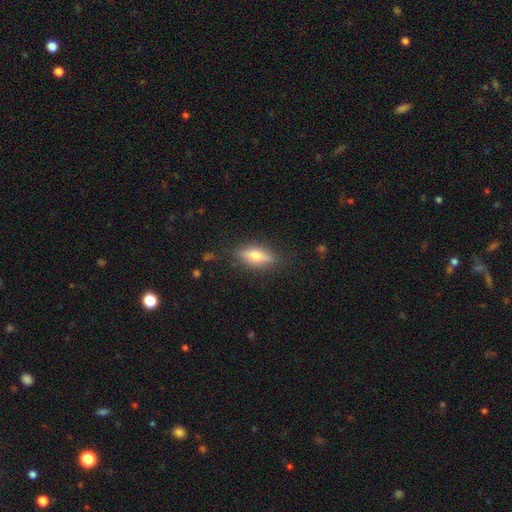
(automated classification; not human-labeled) smooth 48%, featured or disk 44%, star or artifact 8%. Down the decision tree: merging — none (82%).